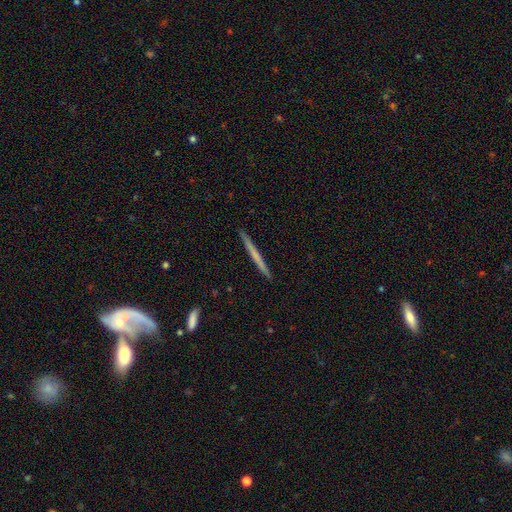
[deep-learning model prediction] smooth-or-featured: smooth: 48% | featured or disk: 46% | star or artifact: 6%
  merging: none: 93% | minor disturbance: 5% | merger: 1% | major disturbance: 1%